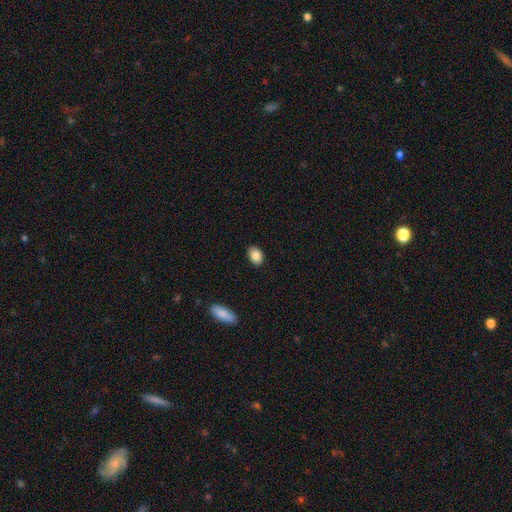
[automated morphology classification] smooth-or-featured: smooth: 86% | star or artifact: 8% | featured or disk: 7%
  how-rounded: in between: 83% | round: 16% | cigar-shaped: 1%
  merging: none: 89% | minor disturbance: 8% | major disturbance: 2% | merger: 1%